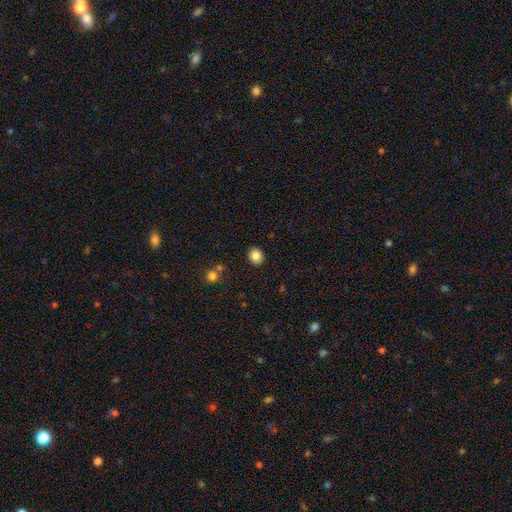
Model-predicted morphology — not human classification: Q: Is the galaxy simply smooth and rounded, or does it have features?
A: smooth — 85%.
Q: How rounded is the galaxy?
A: round — 71%.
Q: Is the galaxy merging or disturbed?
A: none — 90%.